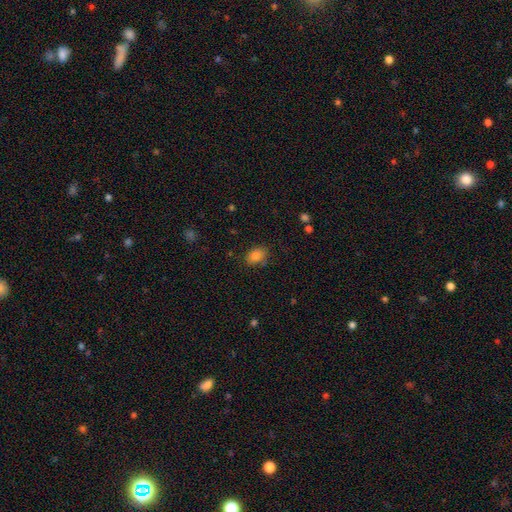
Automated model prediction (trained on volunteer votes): This appears to be a smooth galaxy with no disk features (84%) that is in between round and cigar-shaped (80%). Merging: none (78%).